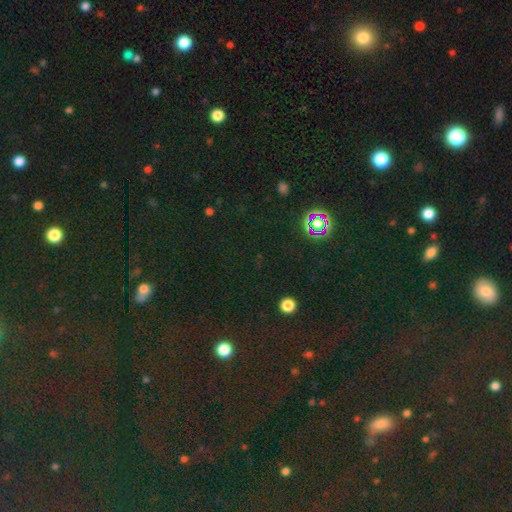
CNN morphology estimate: Q: Smooth or featured?
A: star or artifact (76%); runner-up: smooth (17%)